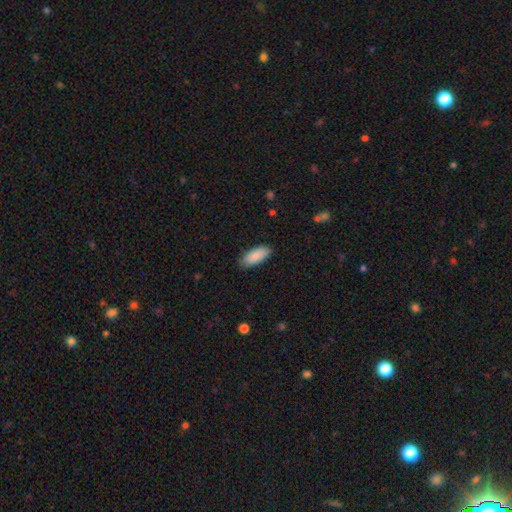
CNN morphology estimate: smooth-or-featured: smooth: 89% | star or artifact: 6% | featured or disk: 5%
  how-rounded: in between: 86% | cigar-shaped: 12% | round: 2%
  merging: none: 84% | minor disturbance: 13% | major disturbance: 2% | merger: 1%